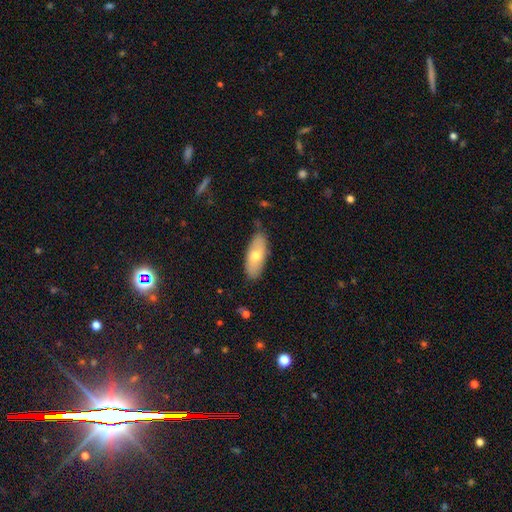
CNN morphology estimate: A smooth galaxy with no disk features (64%) that is in between round and cigar-shaped (81%).

Vote fractions:
- Smooth or featured? smooth: 64% / featured or disk: 30% / star or artifact: 6%
- How rounded? in between: 81% / cigar-shaped: 17% / round: 2%
- Merging? none: 82% / minor disturbance: 14% / major disturbance: 2% / merger: 1%